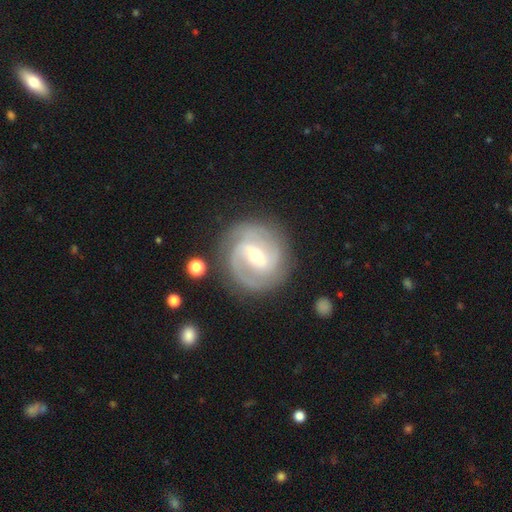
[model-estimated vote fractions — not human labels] Smooth or featured? featured or disk (87%)
Edge-on disk? no (97%)
Bar? weak (48%)
Spiral arms? yes (96%)
Spiral winding? tight (51%)
Spiral arm count? 2 (59%)
Bulge size? moderate (60%)
Merging? none (82%)